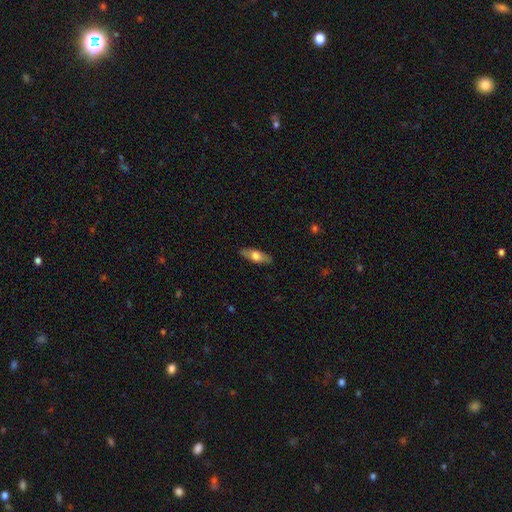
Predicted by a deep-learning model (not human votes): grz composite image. It shows a smooth galaxy with no disk features (61%) that is in between round and cigar-shaped (63%). Merging: none (87%).